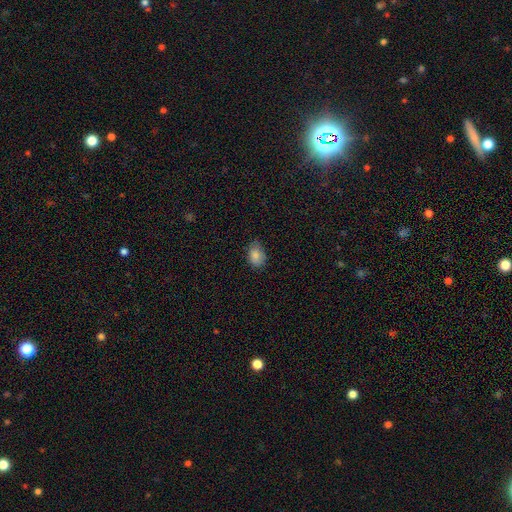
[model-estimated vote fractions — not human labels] smooth_or_featured: smooth (p=0.84) [alt: featured or disk p=0.08]
how_rounded: in between (p=0.81) [alt: round p=0.18]
merging: none (p=0.68) [alt: minor disturbance p=0.27]